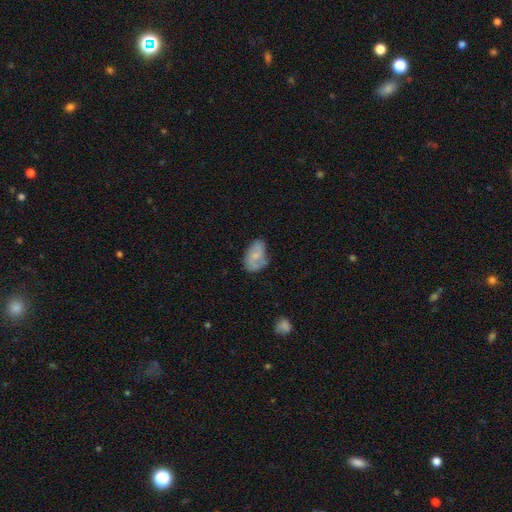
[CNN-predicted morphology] This is possibly a smooth galaxy (53%). How rounded: clearly in between (88%). Merging: possibly none (52%).